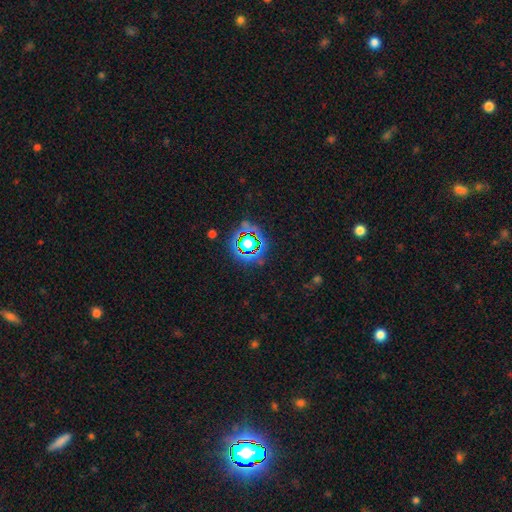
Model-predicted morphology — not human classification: smooth_or_featured: star or artifact (p=0.78) [alt: smooth p=0.13]